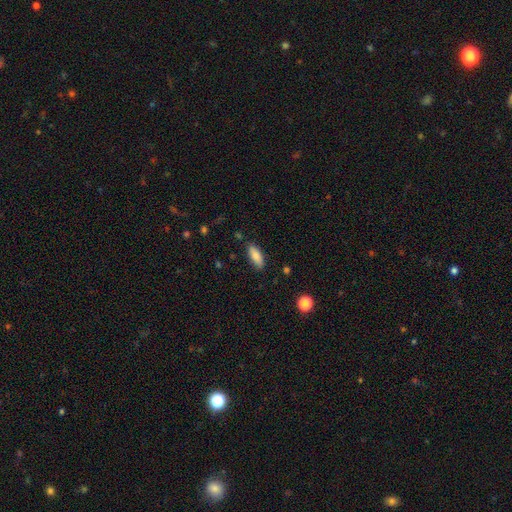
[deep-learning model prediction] This is likely a smooth galaxy (80%). How rounded: likely in between (74%). Merging: clearly none (84%).